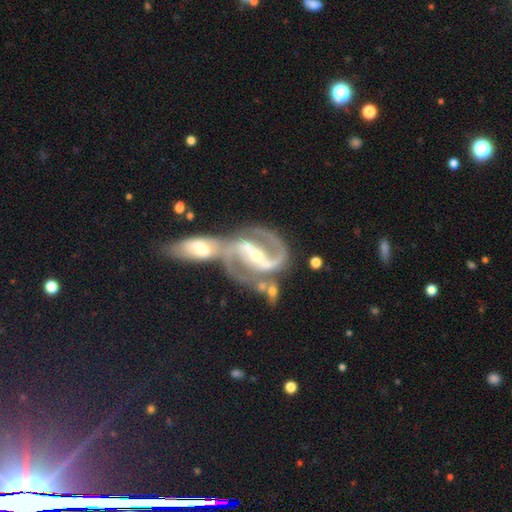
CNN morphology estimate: Smooth or featured: featured or disk — 92% (star or artifact — 4%)
Edge-on disk: no — 97% (yes — 3%)
Bar: strong — 69% (weak — 24%)
Spiral arms: yes — 97% (no — 3%)
Spiral winding: medium — 58% (tight — 24%)
Spiral arm count: 2 — 90% (can't tell — 3%)
Bulge size: small — 55% (moderate — 40%)
Merging: merger — 62% (none — 22%)